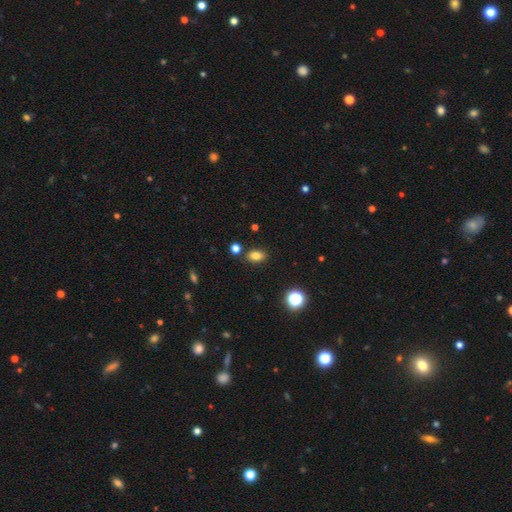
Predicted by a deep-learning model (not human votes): The model was most divided on "how rounded": in between: 80%, round: 18%, cigar-shaped: 2%. More confident: merging — none (82%); smooth or featured — smooth (81%).